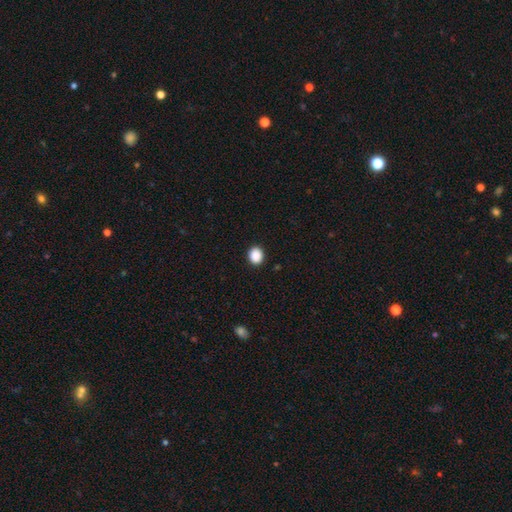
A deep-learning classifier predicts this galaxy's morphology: This appears to be a smooth galaxy with no disk features (89%) that is round (65%). Merging: none (91%).